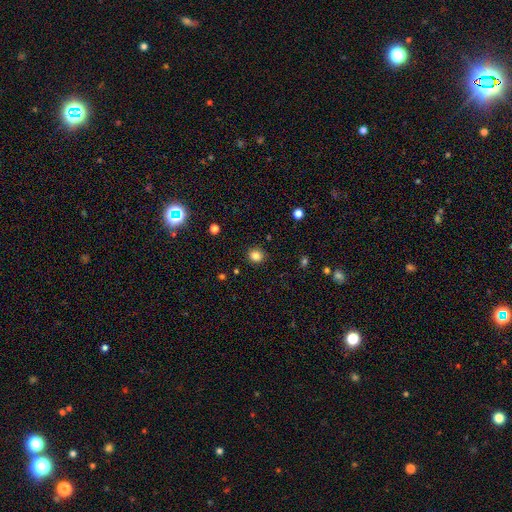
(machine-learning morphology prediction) Overall: smooth (83%). How rounded: round (82%). Merging: none (90%).